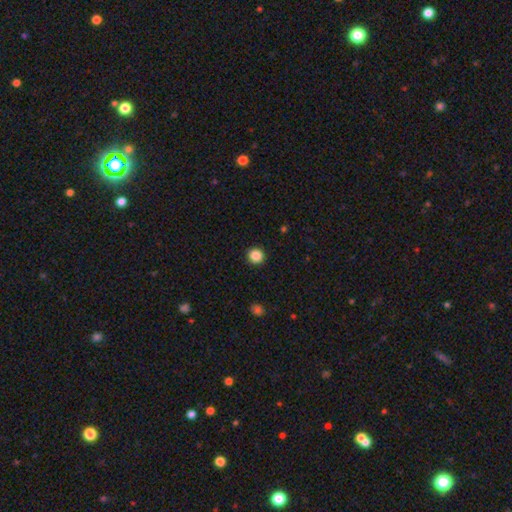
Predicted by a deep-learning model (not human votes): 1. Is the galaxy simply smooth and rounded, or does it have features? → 86% smooth, 11% star or artifact, 3% featured or disk.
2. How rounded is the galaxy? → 94% round, 5% in between, 1% cigar-shaped.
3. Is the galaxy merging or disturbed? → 93% none, 4% minor disturbance, 2% major disturbance, 1% merger.